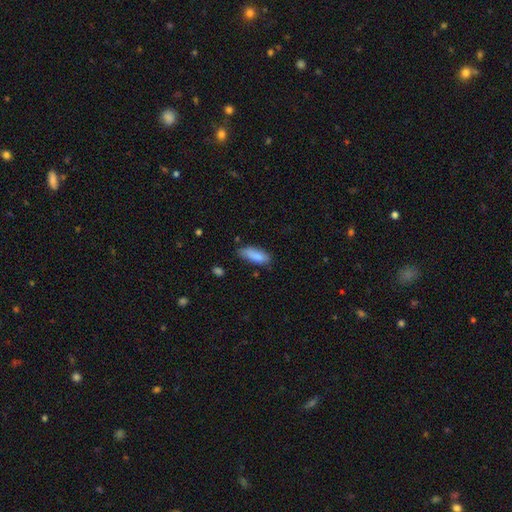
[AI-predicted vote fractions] Smooth or featured?
  - smooth: 85% *
  - featured or disk: 9%
  - star or artifact: 6%
How rounded?
  - in between: 67% *
  - cigar-shaped: 32%
  - round: 2%
Merging?
  - none: 69% *
  - minor disturbance: 24%
  - major disturbance: 4%
  - merger: 2%